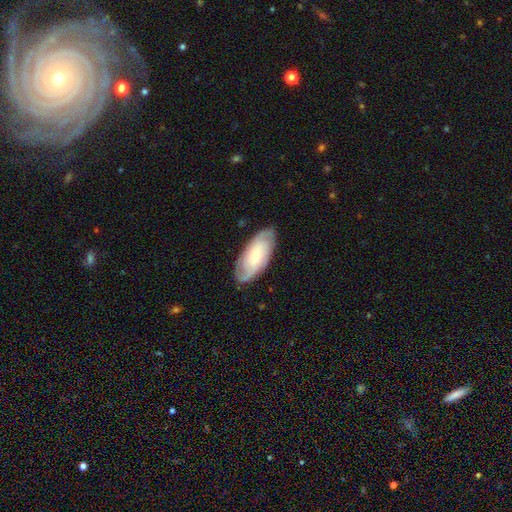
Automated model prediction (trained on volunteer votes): This is likely a featured or disk galaxy (64%). It is clearly not viewed edge-on (91%). Bar: likely no (69%). Spiral arm pattern: clearly yes (89%). Spiral arm count: marginally 2 (44%). Spiral winding: possibly tight (55%). Central bulge: possibly small (59%). Merging: clearly none (83%).